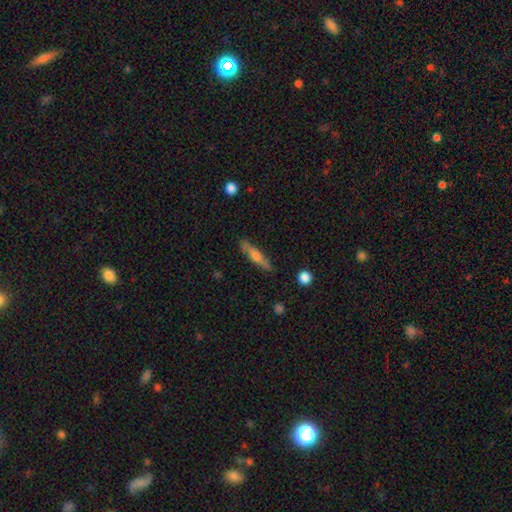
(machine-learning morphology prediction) A smooth galaxy with no disk features (50%).

Vote fractions:
- Smooth or featured? smooth: 50% / featured or disk: 44% / star or artifact: 6%
- Merging? none: 86% / minor disturbance: 10% / major disturbance: 2% / merger: 2%